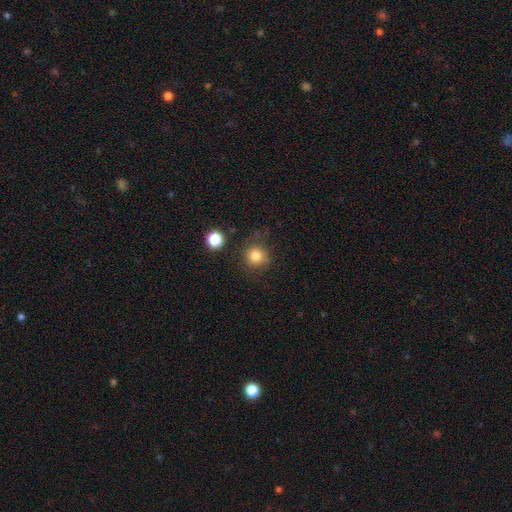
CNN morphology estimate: Overall: smooth (82%). How rounded: round (92%). Merging: none (80%).